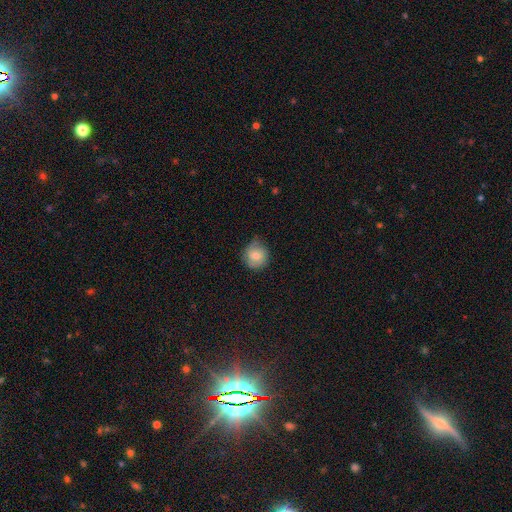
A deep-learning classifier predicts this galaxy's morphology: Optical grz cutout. It shows a smooth galaxy with no disk features (74%) that is round (86%). Merging: none (66%).